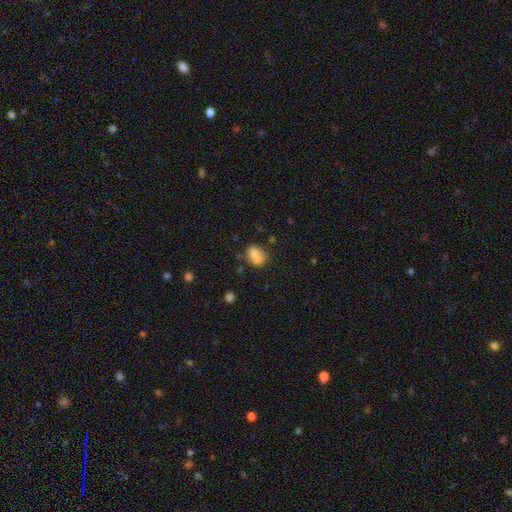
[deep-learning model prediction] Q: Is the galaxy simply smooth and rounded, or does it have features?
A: smooth — 73%.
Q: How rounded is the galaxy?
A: in between — 62%.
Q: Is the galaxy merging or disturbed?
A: none — 46%.